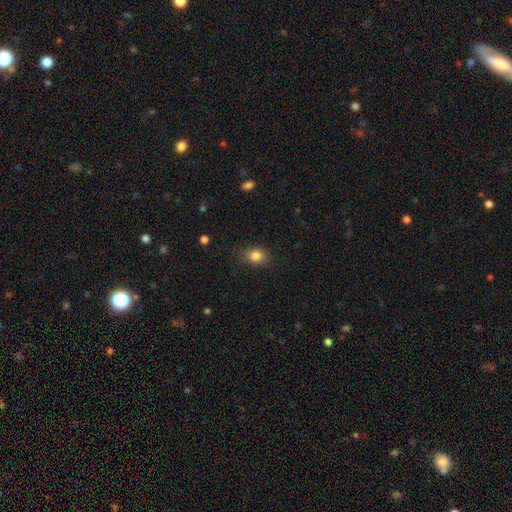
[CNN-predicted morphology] Q: Smooth or featured?
A: smooth (83%); runner-up: star or artifact (11%)
Q: How rounded?
A: round (53%); runner-up: in between (46%)
Q: Merging?
A: none (82%); runner-up: minor disturbance (13%)